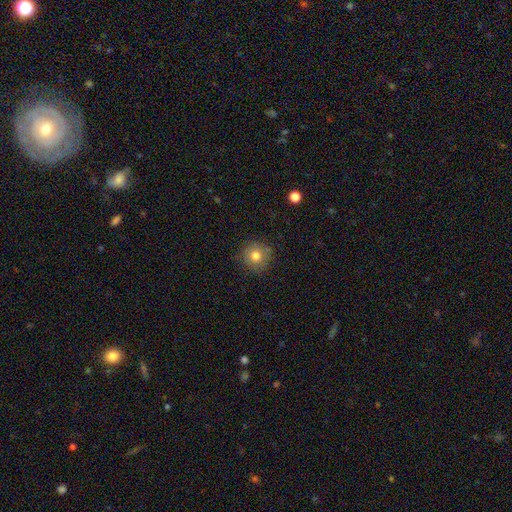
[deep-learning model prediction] smooth_or_featured: smooth (p=0.78) [alt: featured or disk p=0.11]
how_rounded: round (p=0.93) [alt: in between p=0.06]
merging: none (p=0.83) [alt: minor disturbance p=0.13]